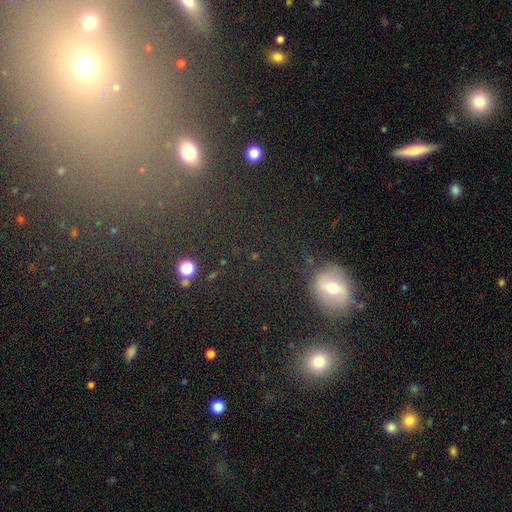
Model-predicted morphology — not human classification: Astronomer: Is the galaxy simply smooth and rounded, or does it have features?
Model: smooth — 45% (runner-up: star or artifact, 34%).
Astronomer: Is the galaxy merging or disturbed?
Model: none — 73%.